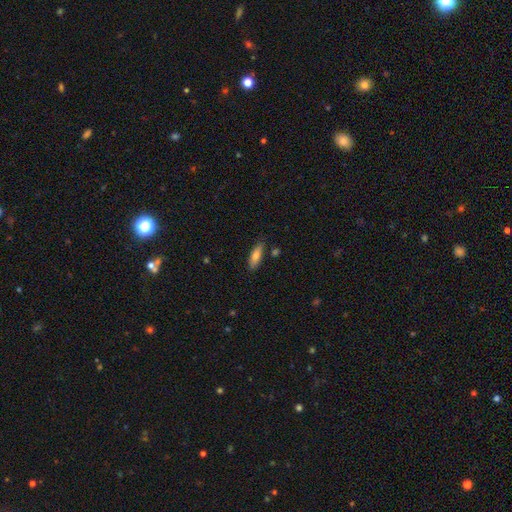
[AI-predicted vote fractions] smooth 77%, featured or disk 17%, star or artifact 7%. Down the decision tree: how rounded — in between (51%); merging — none (81%).